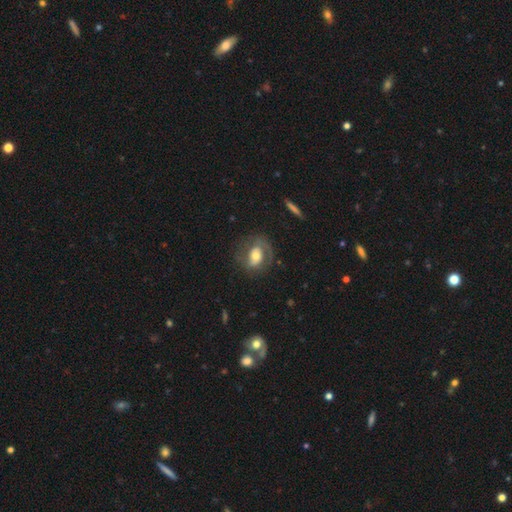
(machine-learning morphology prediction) type=featured or disk (56%); edge-on=no (94%); bar=no (52%); spiral arms=yes (65%); bulge=moderate (63%); merging=none (61%).